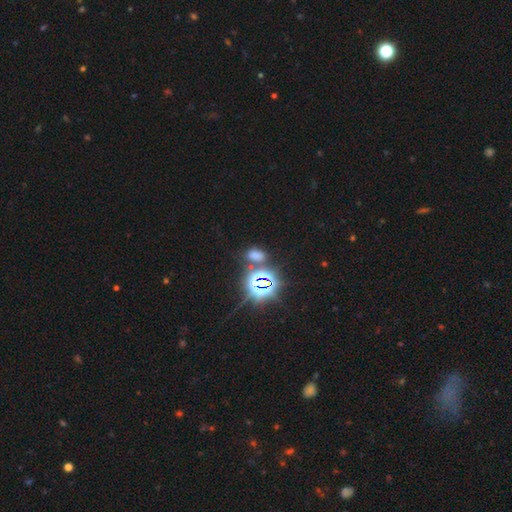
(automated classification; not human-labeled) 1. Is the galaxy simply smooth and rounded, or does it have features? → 48% star or artifact, 45% smooth, 7% featured or disk.